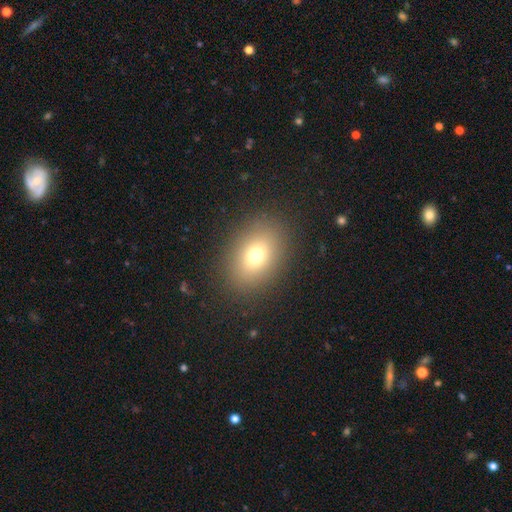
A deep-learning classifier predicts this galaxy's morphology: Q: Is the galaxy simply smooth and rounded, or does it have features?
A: smooth — 73%.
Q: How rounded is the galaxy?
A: in between — 73%.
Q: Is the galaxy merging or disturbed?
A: none — 87%.